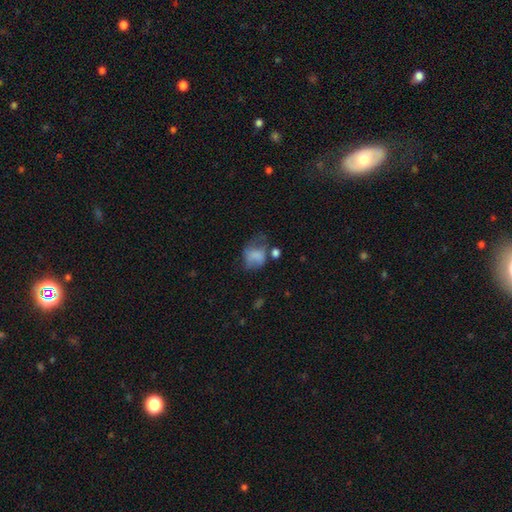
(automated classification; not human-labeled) This is likely a smooth galaxy (65%). How rounded: likely in between (61%). Merging: marginally major disturbance (35%).